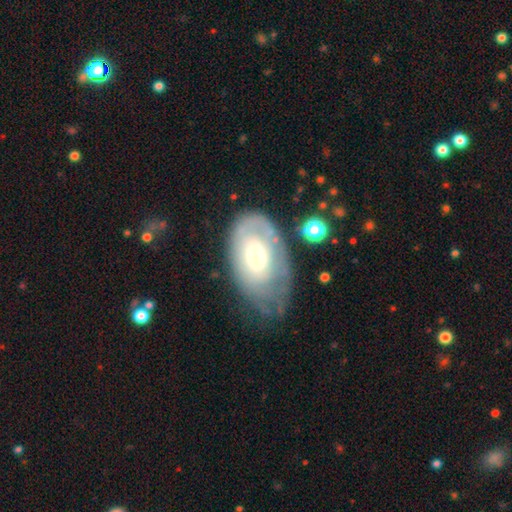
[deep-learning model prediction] Smooth or featured: featured or disk — 53% (smooth — 40%)
Edge-on disk: no — 94% (yes — 6%)
Merging: none — 44% (minor disturbance — 32%)